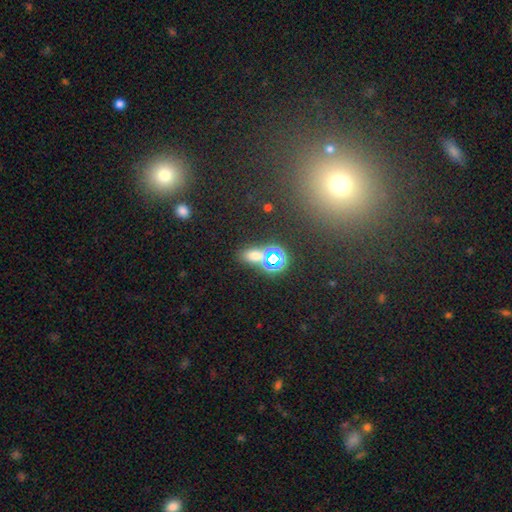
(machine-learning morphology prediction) The model was most divided on "smooth or featured": smooth: 53%, star or artifact: 39%, featured or disk: 8%. More confident: how rounded — in between (68%); merging — none (65%).